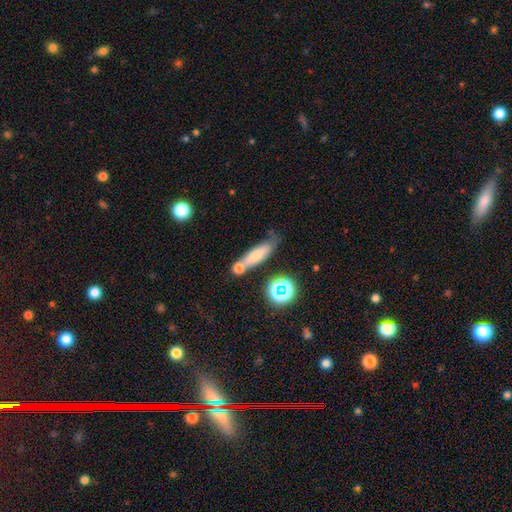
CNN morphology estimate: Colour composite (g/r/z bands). It shows a smooth galaxy with no disk features (64%) that is cigar-shaped (56%). Merging: none (54%).